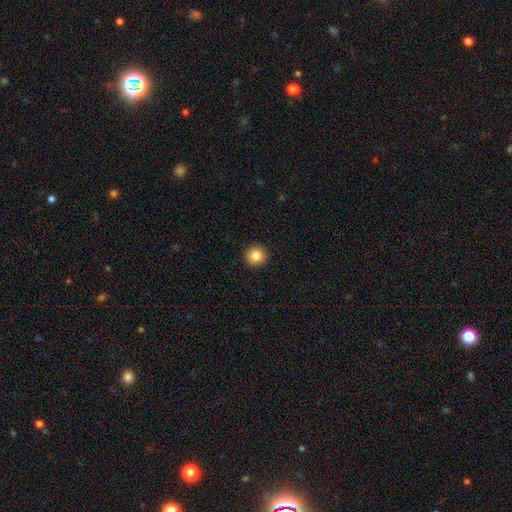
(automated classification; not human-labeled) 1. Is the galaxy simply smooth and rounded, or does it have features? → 86% smooth, 10% star or artifact, 5% featured or disk.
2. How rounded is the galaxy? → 95% round, 4% in between, 1% cigar-shaped.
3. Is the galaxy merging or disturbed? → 93% none, 4% minor disturbance, 2% major disturbance, 1% merger.